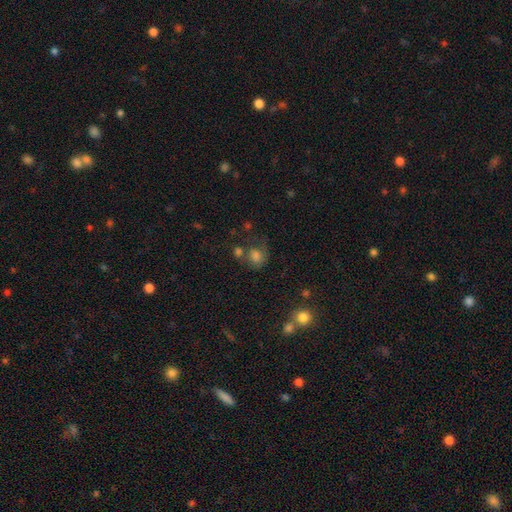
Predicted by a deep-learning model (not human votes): A smooth galaxy with no disk features (67%) that is round (61%).

Vote fractions:
- Smooth or featured? smooth: 67% / featured or disk: 18% / star or artifact: 15%
- How rounded? round: 61% / in between: 38% / cigar-shaped: 1%
- Merging? none: 40% / merger: 22% / minor disturbance: 19% / major disturbance: 18%